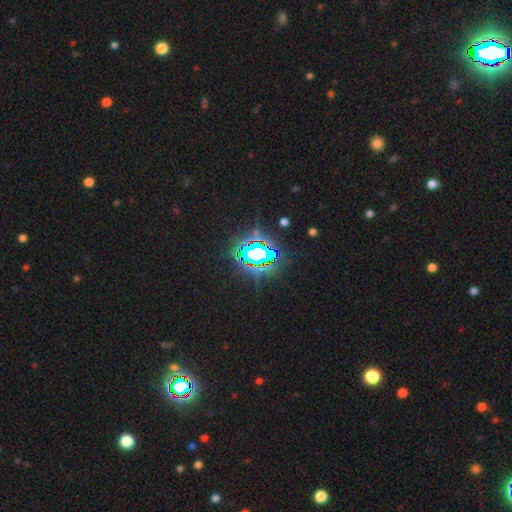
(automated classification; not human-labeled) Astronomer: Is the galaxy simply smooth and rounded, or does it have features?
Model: star or artifact — 74%.